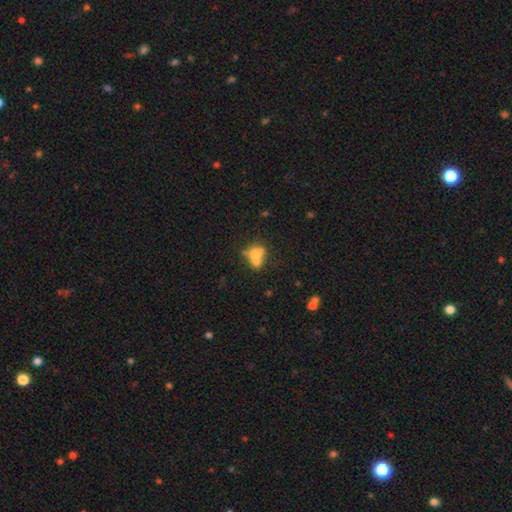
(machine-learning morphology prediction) Smooth or featured: smooth — 59% (featured or disk — 29%)
How rounded: in between — 58% (round — 39%)
Merging: merger — 58% (none — 24%)